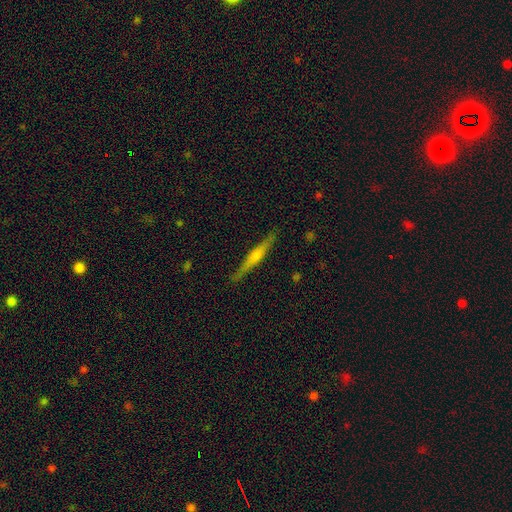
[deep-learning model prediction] Smooth or featured? featured or disk (65%)
Edge-on disk? yes (98%)
Edge-on bulge? rounded (70%)
Merging? none (89%)